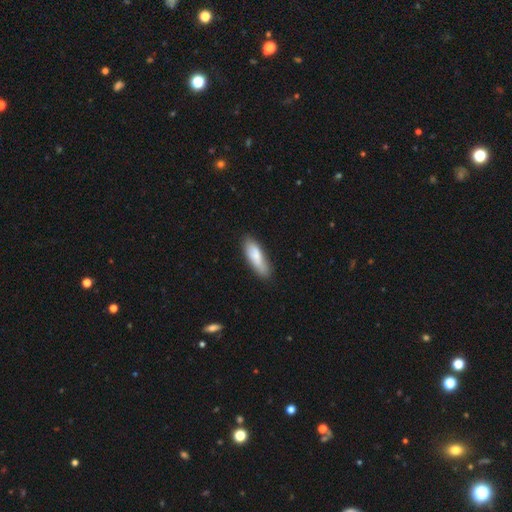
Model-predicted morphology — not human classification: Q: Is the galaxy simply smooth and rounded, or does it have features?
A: smooth — 77%.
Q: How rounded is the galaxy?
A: cigar-shaped — 49%, tied with in between.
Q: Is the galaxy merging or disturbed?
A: none — 74%.